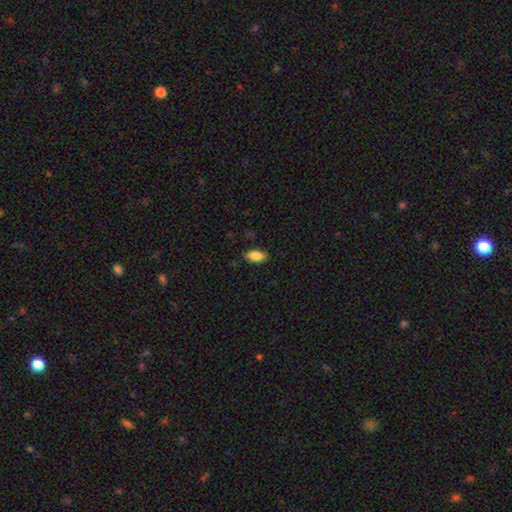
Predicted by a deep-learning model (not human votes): Smooth or featured?
  - smooth: 85% *
  - featured or disk: 8%
  - star or artifact: 7%
How rounded?
  - in between: 89% *
  - cigar-shaped: 8%
  - round: 3%
Merging?
  - none: 85% *
  - minor disturbance: 12%
  - major disturbance: 2%
  - merger: 1%